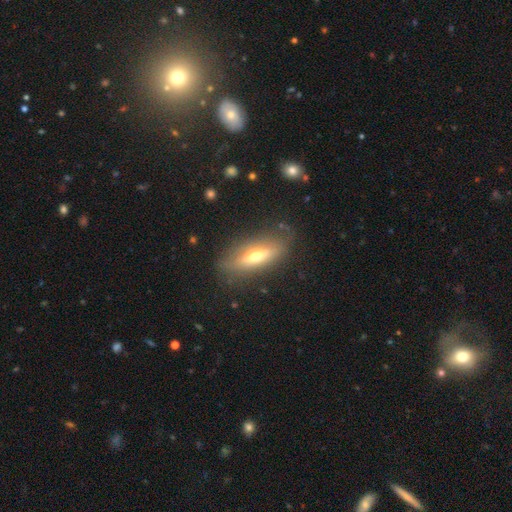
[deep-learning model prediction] Morphology: type=featured or disk (48%); merging=none (77%).